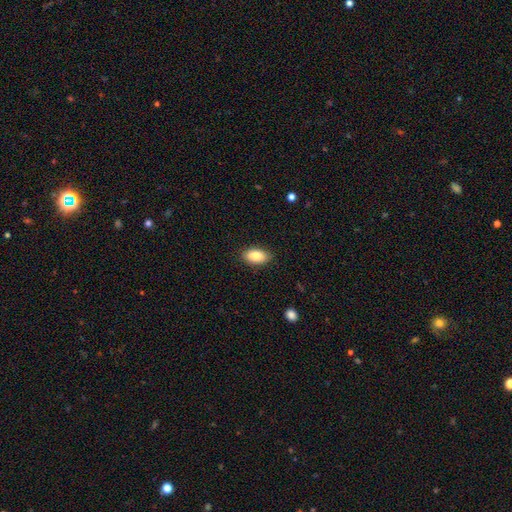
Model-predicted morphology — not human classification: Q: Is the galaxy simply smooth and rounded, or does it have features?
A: smooth — 85%.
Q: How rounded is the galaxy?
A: in between — 92%.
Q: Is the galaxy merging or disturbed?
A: none — 87%.